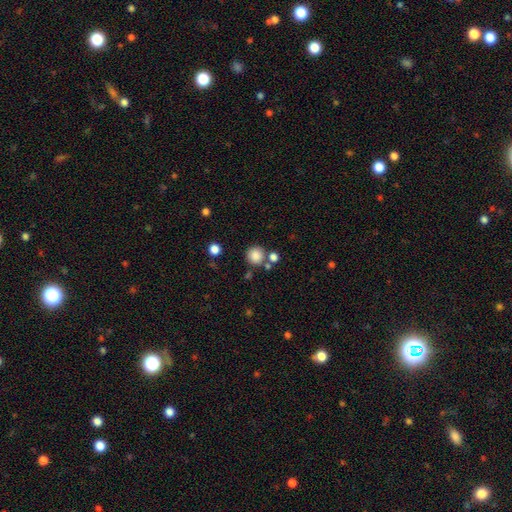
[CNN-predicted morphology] smooth-or-featured: smooth: 84% | star or artifact: 11% | featured or disk: 5%
  how-rounded: round: 93% | in between: 6% | cigar-shaped: 1%
  merging: none: 74% | merger: 14% | minor disturbance: 9% | major disturbance: 3%